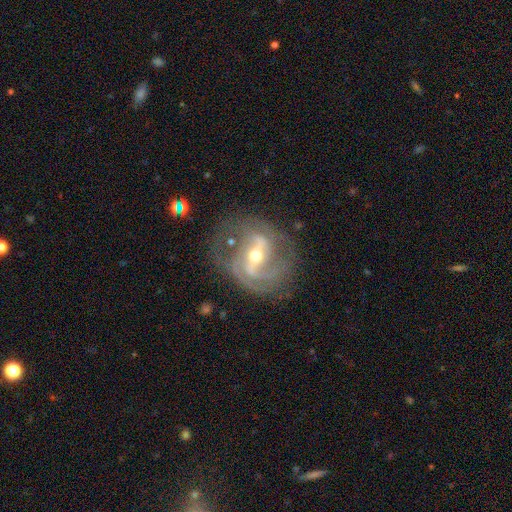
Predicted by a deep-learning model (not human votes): smooth_or_featured: featured or disk (p=0.88) [alt: smooth p=0.06]
disk_edge_on: no (p=0.96) [alt: yes p=0.04]
bar: strong (p=0.56) [alt: weak p=0.32]
has_spiral_arms: yes (p=0.93) [alt: no p=0.07]
spiral_winding: medium (p=0.49) [alt: tight p=0.31]
spiral_arm_count: 2 (p=0.63) [alt: 3 p=0.15]
bulge_size: moderate (p=0.52) [alt: small p=0.43]
merging: none (p=0.67) [alt: minor disturbance p=0.18]